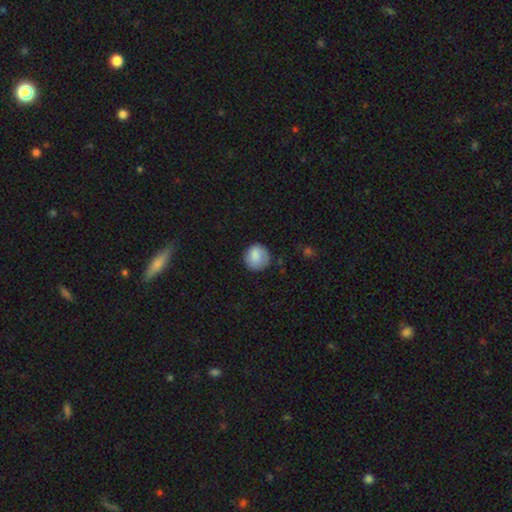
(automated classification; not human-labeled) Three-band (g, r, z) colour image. It shows a smooth galaxy with no disk features (86%) that is round (90%). Merging: none (81%).